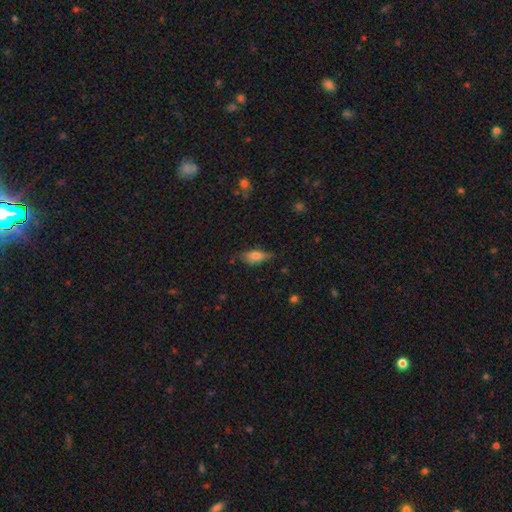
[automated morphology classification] A smooth galaxy with no disk features (62%) that is in between round and cigar-shaped (68%). Merging: none (65%).